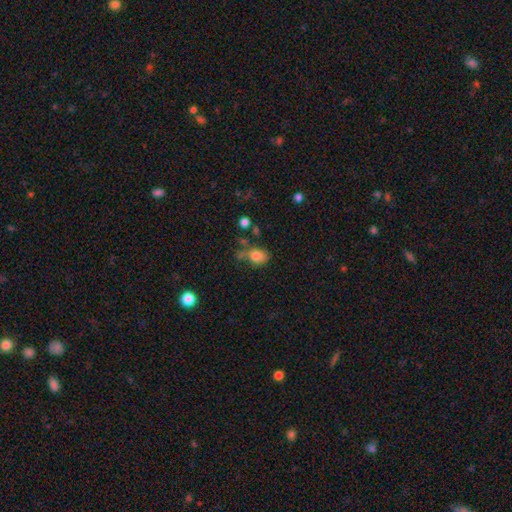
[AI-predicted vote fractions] The model was most divided on "how rounded": in between: 58%, round: 41%, cigar-shaped: 1%. More confident: smooth or featured — smooth (79%); merging — none (51%).